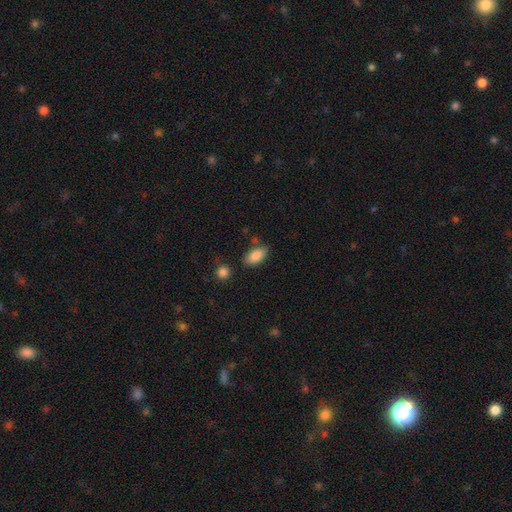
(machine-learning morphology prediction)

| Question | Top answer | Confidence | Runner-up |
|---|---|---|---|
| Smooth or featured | smooth | 86% | featured or disk (7%) |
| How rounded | in between | 91% | cigar-shaped (6%) |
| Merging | none | 75% | minor disturbance (16%) |